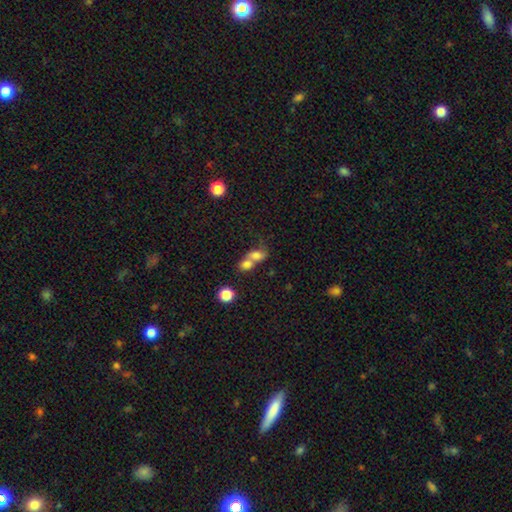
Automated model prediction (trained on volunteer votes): This is likely a smooth galaxy (75%). How rounded: likely in between (67%). Merging: likely merger (71%).